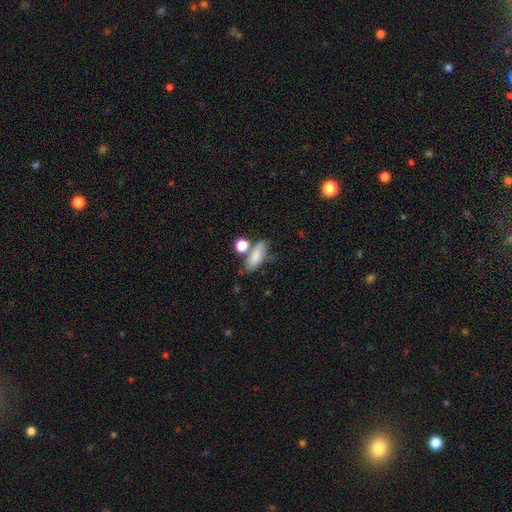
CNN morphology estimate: A smooth galaxy with no disk features (81%) that is in between round and cigar-shaped (70%). Merging: none (54%).